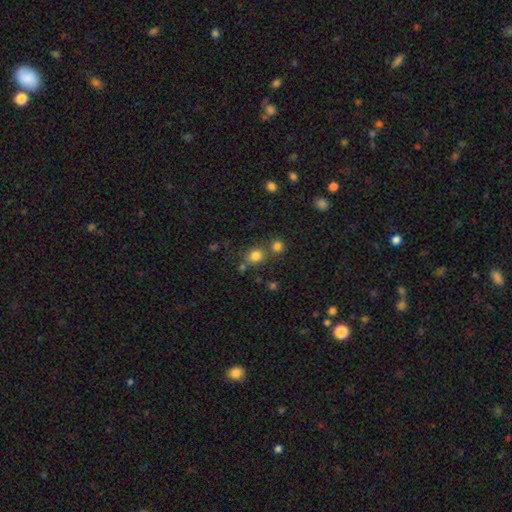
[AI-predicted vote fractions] A smooth galaxy with no disk features (79%) that is round (70%).

Vote fractions:
- Smooth or featured? smooth: 79% / star or artifact: 14% / featured or disk: 7%
- How rounded? round: 70% / in between: 29% / cigar-shaped: 1%
- Merging? none: 64% / merger: 22% / minor disturbance: 10% / major disturbance: 4%